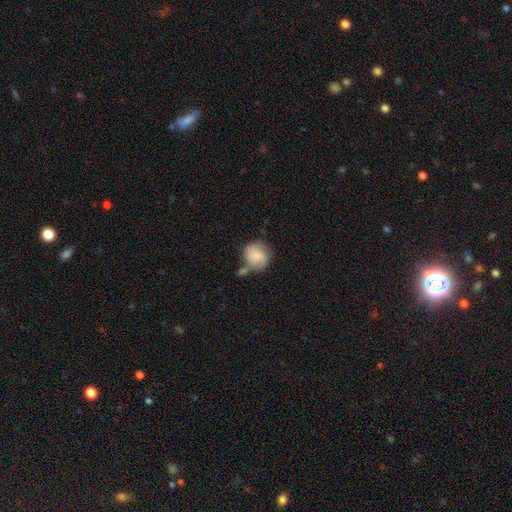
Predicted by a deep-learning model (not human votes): A smooth galaxy with no disk features (72%) that is round (81%). Merging: none (48%).